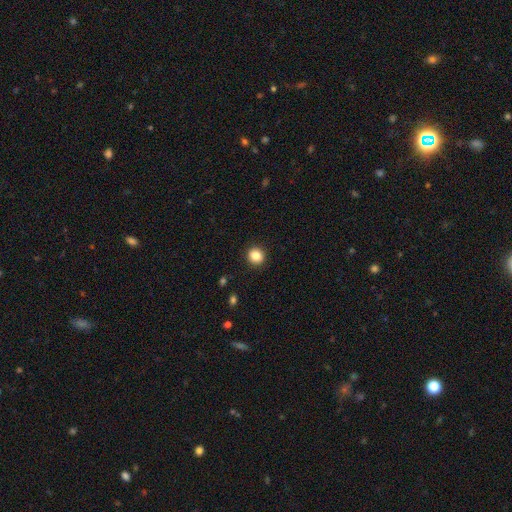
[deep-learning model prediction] A smooth galaxy with no disk features (85%) that is round (90%). Merging: none (92%).